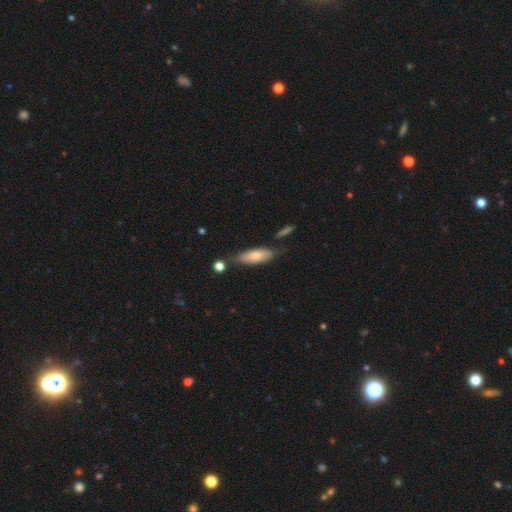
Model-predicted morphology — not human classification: This is likely a smooth galaxy (68%). How rounded: likely in between (65%). Merging: likely none (61%).